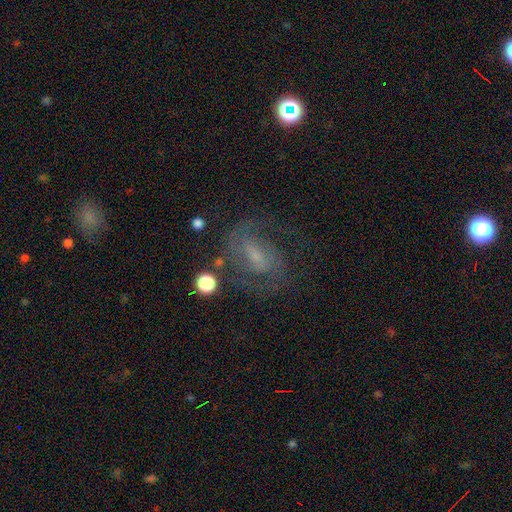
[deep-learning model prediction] featured or disk 74%, smooth 15%, star or artifact 12%. Down the decision tree: edge-on disk — no (96%); bar — weak (52%); spiral arms — yes (89%); spiral arm count — 2 (69%); spiral winding — medium (50%); bulge size — small (51%); merging — none (65%).